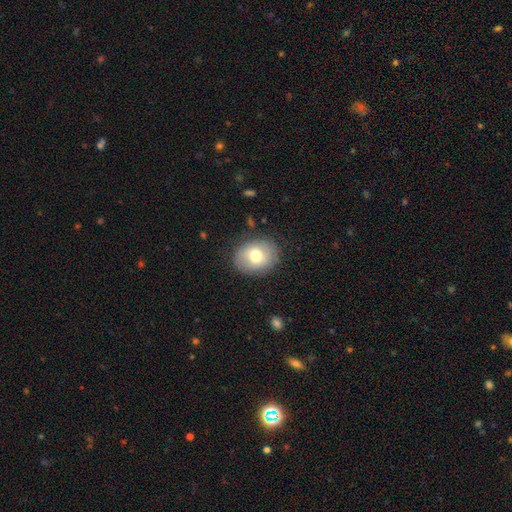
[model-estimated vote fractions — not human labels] smooth-or-featured: smooth: 67% | featured or disk: 24% | star or artifact: 8%
  how-rounded: round: 51% | in between: 48% | cigar-shaped: 1%
  merging: none: 82% | minor disturbance: 13% | major disturbance: 4% | merger: 1%